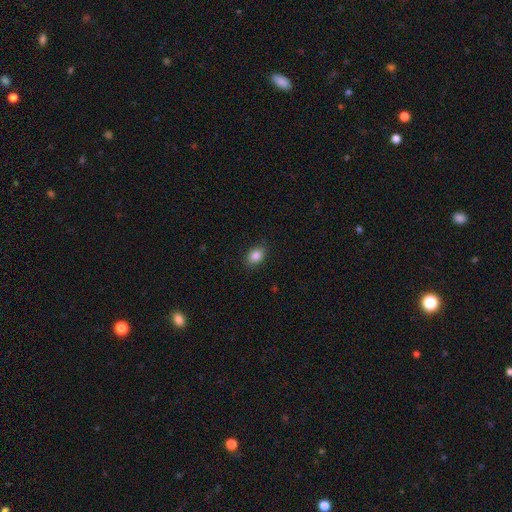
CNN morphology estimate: smooth 87%, star or artifact 9%, featured or disk 4%. Down the decision tree: how rounded — in between (74%); merging — none (87%).